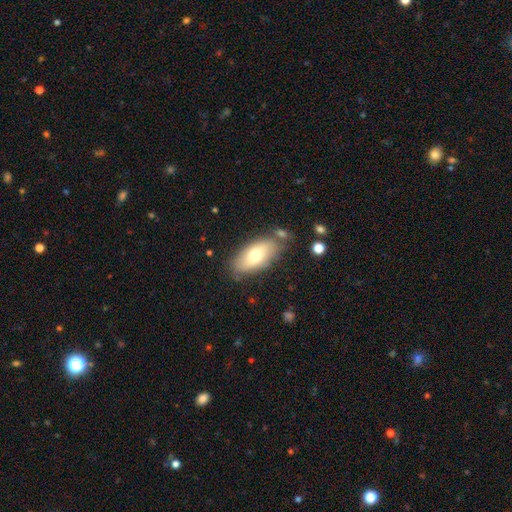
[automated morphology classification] This is likely a smooth galaxy (69%). How rounded: clearly in between (89%). Merging: likely none (74%).